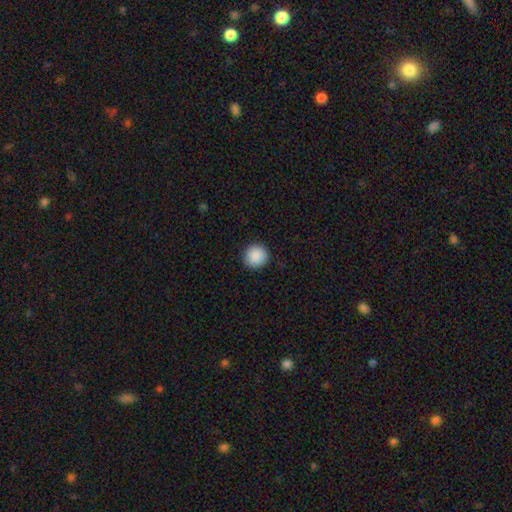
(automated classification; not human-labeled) Smooth or featured: smooth — 89% (star or artifact — 8%)
How rounded: round — 94% (in between — 5%)
Merging: none — 92% (minor disturbance — 5%)